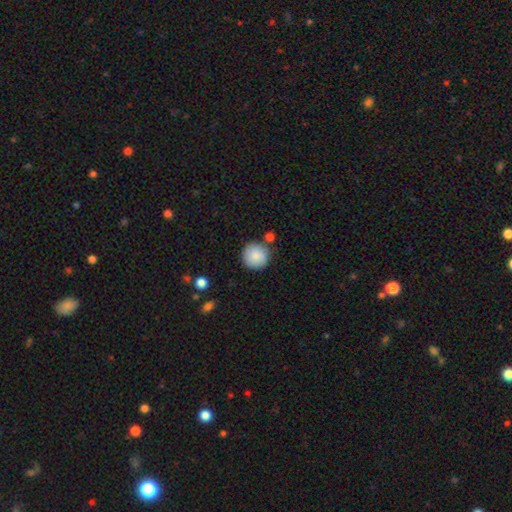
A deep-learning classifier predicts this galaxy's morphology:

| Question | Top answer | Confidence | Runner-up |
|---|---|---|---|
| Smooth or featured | smooth | 88% | star or artifact (7%) |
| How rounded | round | 95% | in between (4%) |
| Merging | none | 83% | minor disturbance (9%) |